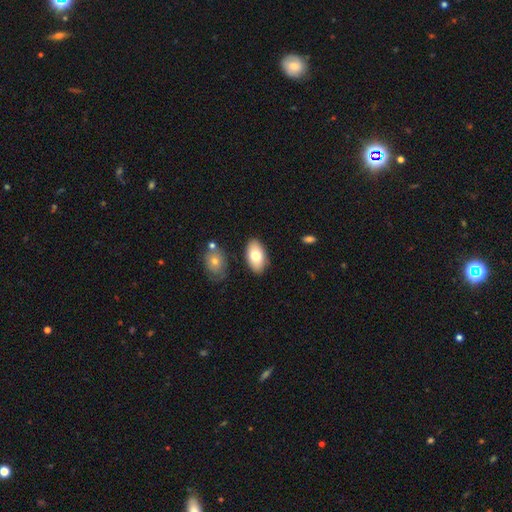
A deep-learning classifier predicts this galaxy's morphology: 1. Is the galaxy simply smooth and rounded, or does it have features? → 73% smooth, 20% featured or disk, 7% star or artifact.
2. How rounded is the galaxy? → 94% in between, 4% round, 2% cigar-shaped.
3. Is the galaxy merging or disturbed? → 82% none, 11% minor disturbance, 4% merger, 3% major disturbance.